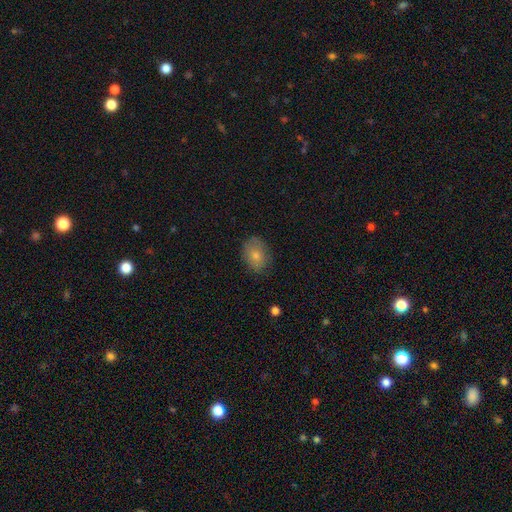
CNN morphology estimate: Smooth or featured? smooth (78%)
How rounded? in between (64%)
Merging? none (77%)